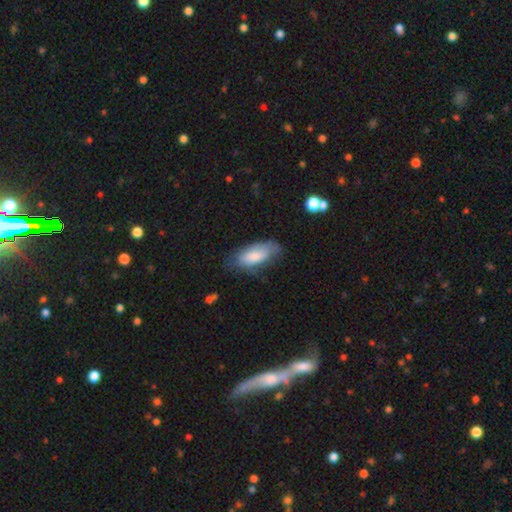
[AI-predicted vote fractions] Q: Smooth or featured?
A: smooth (73%); runner-up: featured or disk (20%)
Q: How rounded?
A: in between (84%); runner-up: cigar-shaped (14%)
Q: Merging?
A: none (58%); runner-up: minor disturbance (29%)